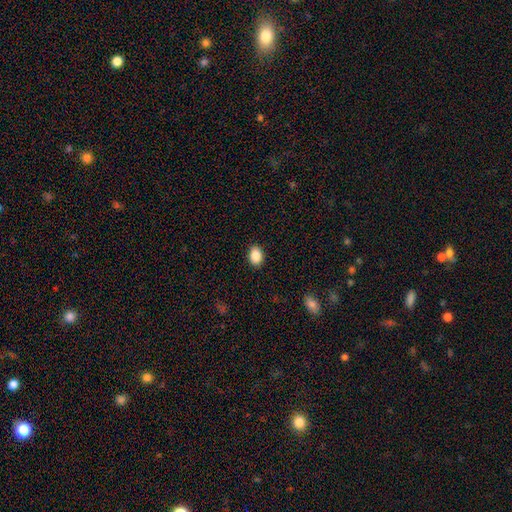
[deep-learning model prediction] A smooth galaxy with no disk features (88%) that is in between round and cigar-shaped (74%). Merging: none (90%).